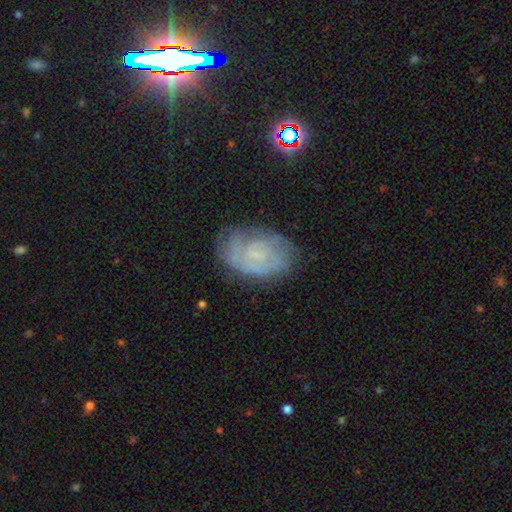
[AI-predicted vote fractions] A featured or disk galaxy (68%) with no bar (64%), tight (60%) spiral arms (87%) and a small central bulge (47%). Merging: none (66%).